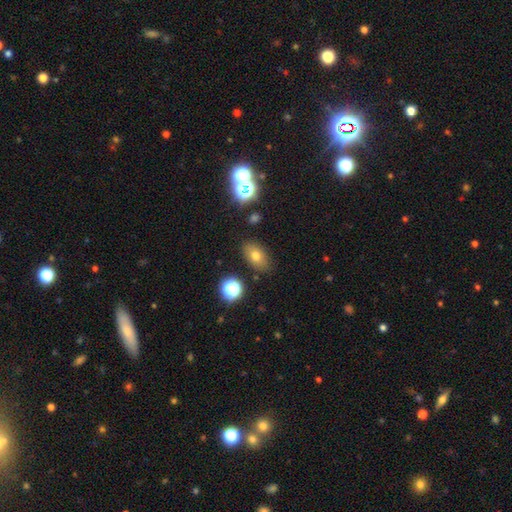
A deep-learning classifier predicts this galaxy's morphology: Smooth or featured? smooth (70%)
How rounded? in between (83%)
Merging? none (84%)